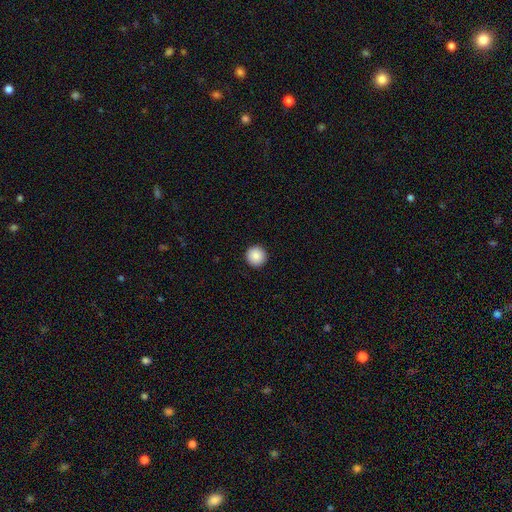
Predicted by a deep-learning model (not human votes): This appears to be a smooth galaxy with no disk features (88%) that is round (96%). Merging: none (93%).